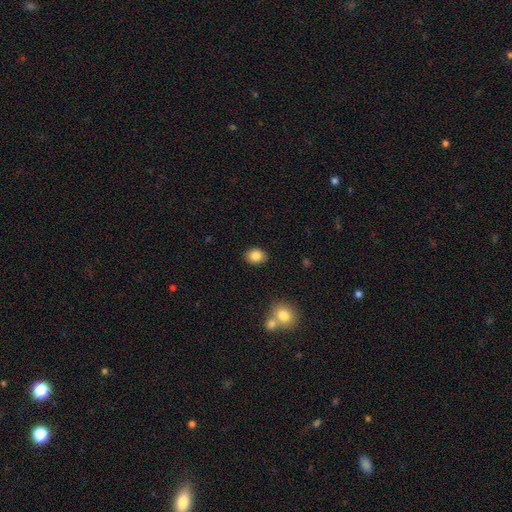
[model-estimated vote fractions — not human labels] A smooth galaxy with no disk features (84%) that is in between round and cigar-shaped (52%).

Vote fractions:
- Smooth or featured? smooth: 84% / star or artifact: 9% / featured or disk: 7%
- How rounded? in between: 52% / round: 47% / cigar-shaped: 1%
- Merging? none: 87% / minor disturbance: 8% / major disturbance: 2% / merger: 2%